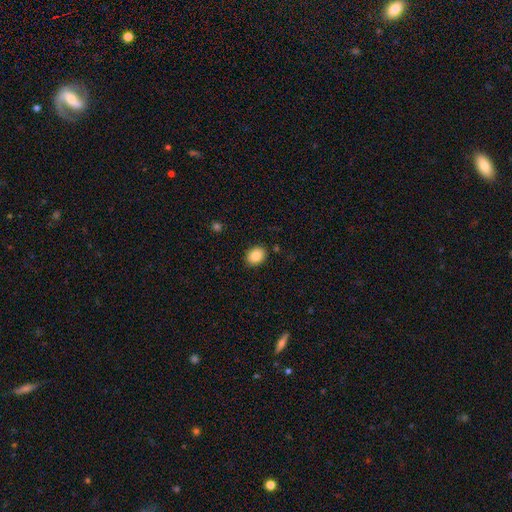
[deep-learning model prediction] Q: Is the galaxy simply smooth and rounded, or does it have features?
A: smooth — 85%.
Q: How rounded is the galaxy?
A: in between — 62%.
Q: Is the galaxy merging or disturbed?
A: none — 88%.